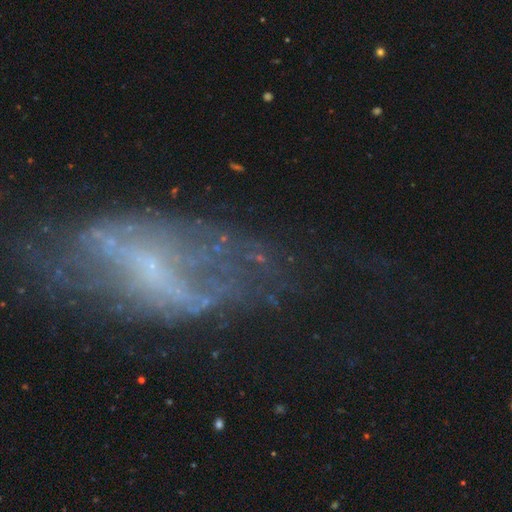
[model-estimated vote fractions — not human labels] featured or disk 65%, smooth 20%, star or artifact 14%. Down the decision tree: edge-on disk — no (89%); bar — no (50%); spiral arms — no (56%); bulge size — small (57%); merging — none (47%).